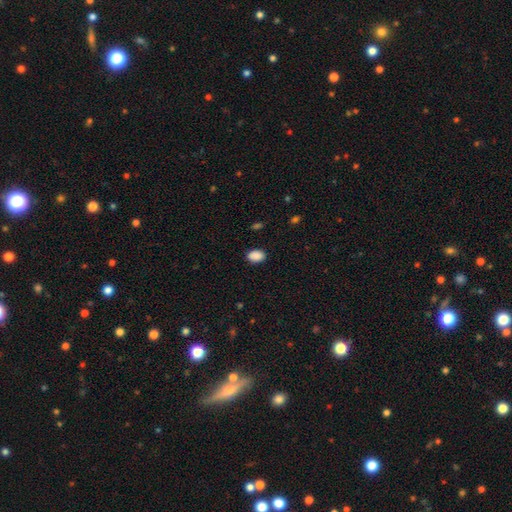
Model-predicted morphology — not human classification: The model was most divided on "how rounded": in between: 86%, round: 13%, cigar-shaped: 1%. More confident: smooth or featured — smooth (90%); merging — none (87%).